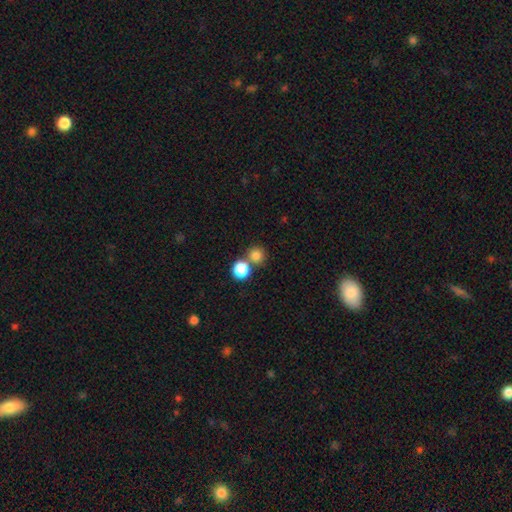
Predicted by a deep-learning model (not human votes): This is clearly a smooth galaxy (81%). How rounded: clearly round (90%). Merging: possibly none (58%).